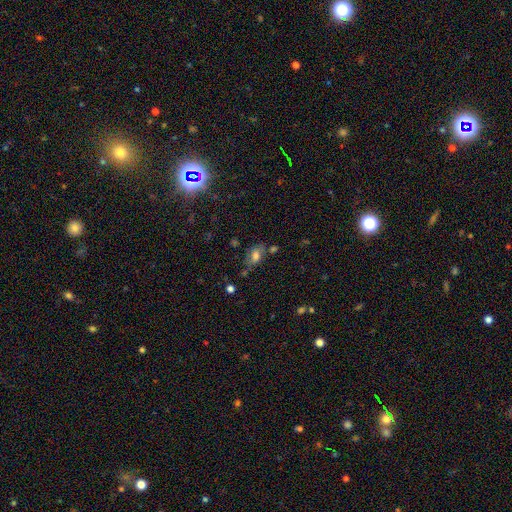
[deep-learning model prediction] Q: Smooth or featured?
A: smooth (64%); runner-up: featured or disk (24%)
Q: How rounded?
A: in between (86%); runner-up: round (11%)
Q: Merging?
A: none (56%); runner-up: minor disturbance (24%)